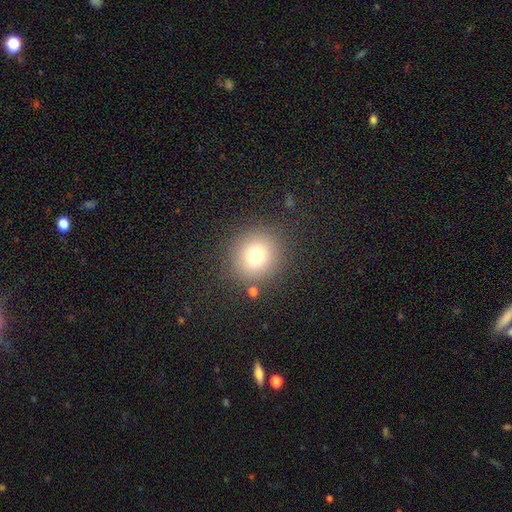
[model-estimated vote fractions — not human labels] A smooth galaxy with no disk features (74%) that is round (90%).

Vote fractions:
- Smooth or featured? smooth: 74% / star or artifact: 15% / featured or disk: 10%
- How rounded? round: 90% / in between: 9% / cigar-shaped: 1%
- Merging? none: 85% / minor disturbance: 8% / major disturbance: 4% / merger: 3%